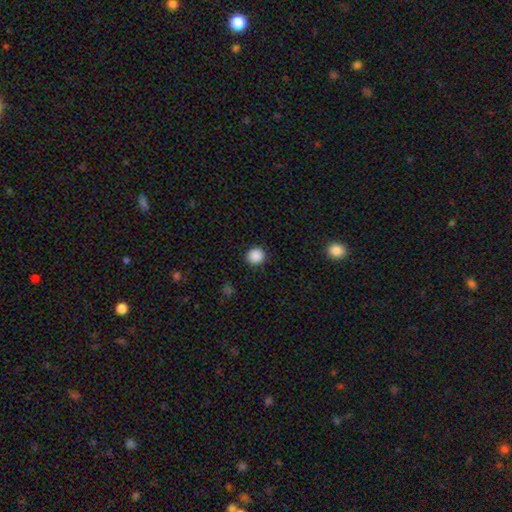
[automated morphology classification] Q: Smooth or featured?
A: smooth (88%); runner-up: star or artifact (10%)
Q: How rounded?
A: round (94%); runner-up: in between (5%)
Q: Merging?
A: none (91%); runner-up: minor disturbance (6%)